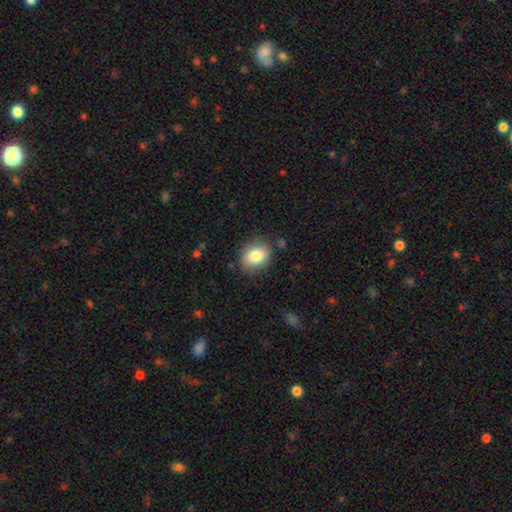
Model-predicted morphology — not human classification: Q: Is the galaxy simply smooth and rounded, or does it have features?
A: smooth — 84%.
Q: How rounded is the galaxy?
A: in between — 62%.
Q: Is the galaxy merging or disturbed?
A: none — 82%.